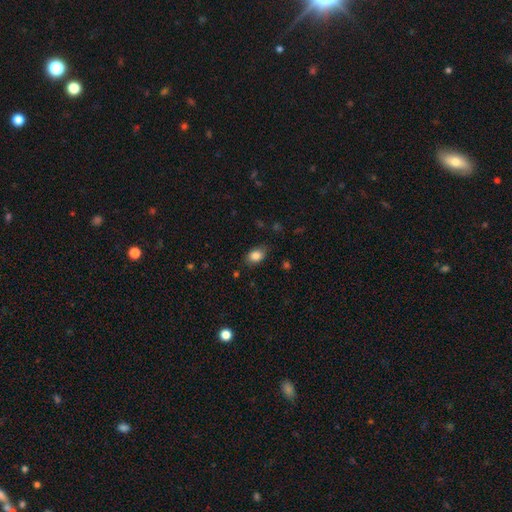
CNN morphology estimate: This appears to be a smooth galaxy with no disk features (85%) that is in between round and cigar-shaped (79%). Merging: none (78%).